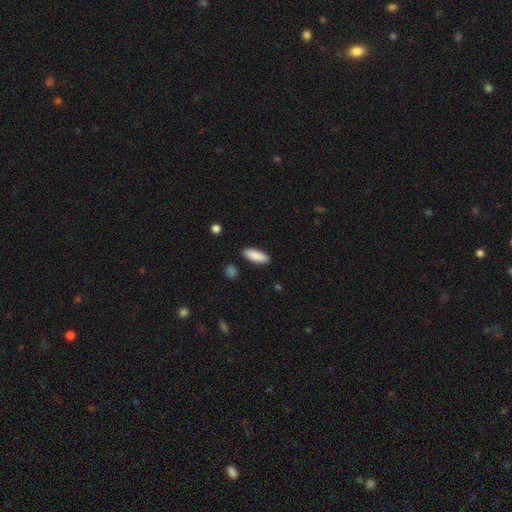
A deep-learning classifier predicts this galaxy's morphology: The model was most divided on "how rounded": in between: 67%, cigar-shaped: 31%, round: 2%. More confident: smooth or featured — smooth (89%); merging — none (88%).